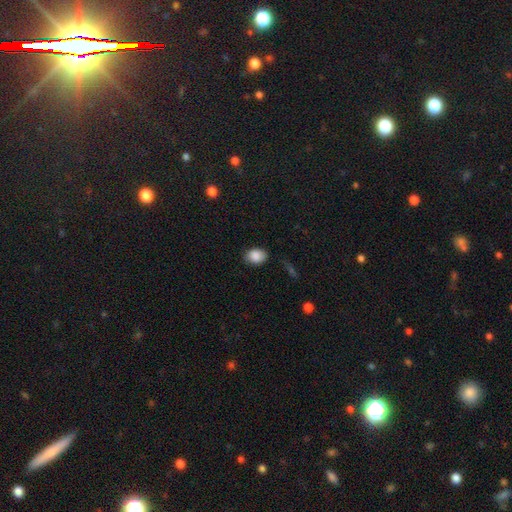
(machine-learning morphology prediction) smooth 87%, star or artifact 8%, featured or disk 5%. Down the decision tree: how rounded — in between (70%); merging — none (79%).